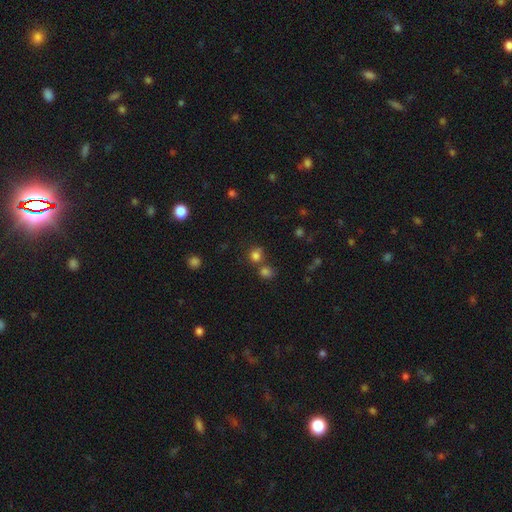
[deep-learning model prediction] smooth_or_featured: smooth (p=0.76) [alt: star or artifact p=0.18]
how_rounded: round (p=0.86) [alt: in between p=0.13]
merging: none (p=0.61) [alt: merger p=0.26]